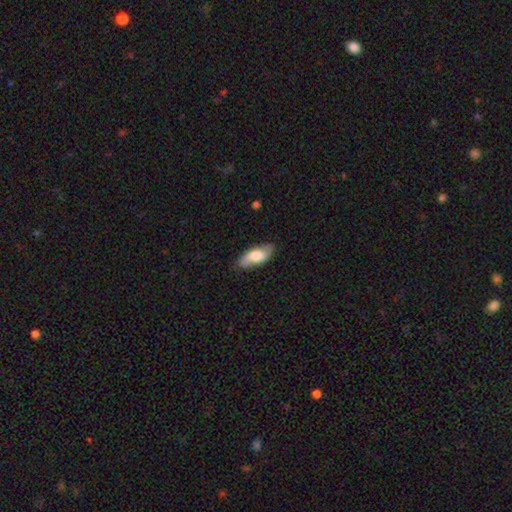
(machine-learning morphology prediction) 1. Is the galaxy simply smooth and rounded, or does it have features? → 57% smooth, 37% featured or disk, 6% star or artifact.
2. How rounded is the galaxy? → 80% in between, 17% cigar-shaped, 3% round.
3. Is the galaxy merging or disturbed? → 79% none, 16% minor disturbance, 4% major disturbance, 1% merger.